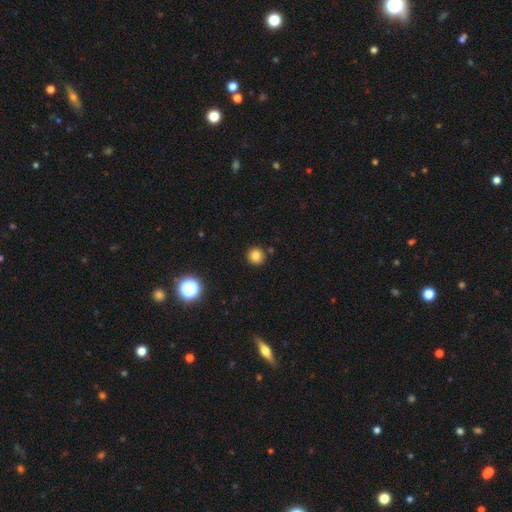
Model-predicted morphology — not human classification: Smooth or featured?
  - smooth: 81% *
  - star or artifact: 13%
  - featured or disk: 6%
How rounded?
  - round: 92% *
  - in between: 7%
  - cigar-shaped: 1%
Merging?
  - none: 89% *
  - minor disturbance: 6%
  - merger: 3%
  - major disturbance: 2%